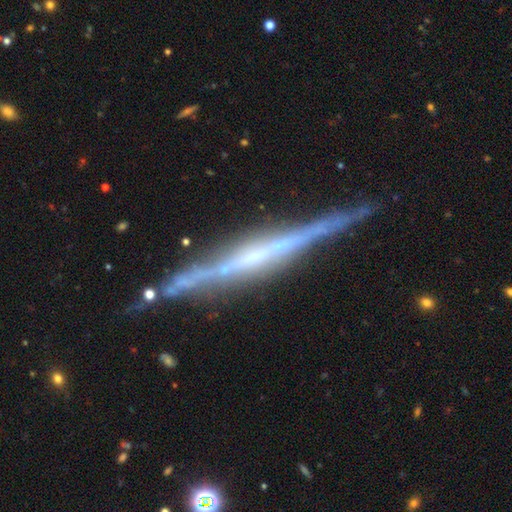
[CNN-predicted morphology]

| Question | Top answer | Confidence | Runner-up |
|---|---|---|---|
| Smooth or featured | featured or disk | 85% | smooth (9%) |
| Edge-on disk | yes | 98% | no (2%) |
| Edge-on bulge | none | 47% | rounded (35%) |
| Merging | none | 86% | minor disturbance (10%) |